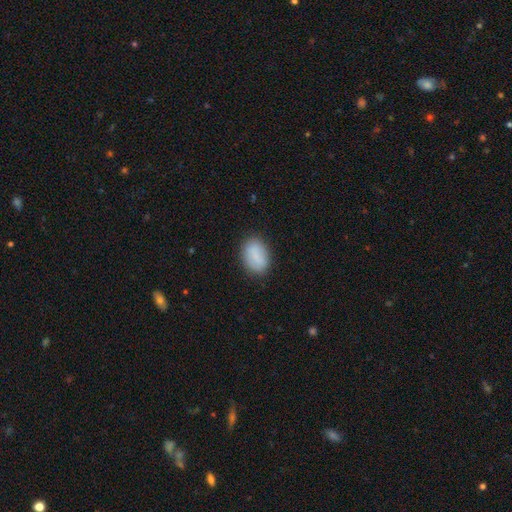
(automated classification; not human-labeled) This is clearly a smooth galaxy (83%). How rounded: clearly in between (82%). Merging: clearly none (82%).